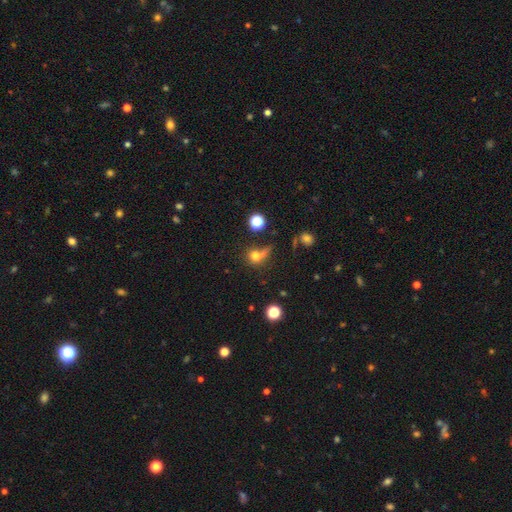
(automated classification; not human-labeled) Morphology: type=smooth (71%); roundness=round (77%); merging=none (45%).